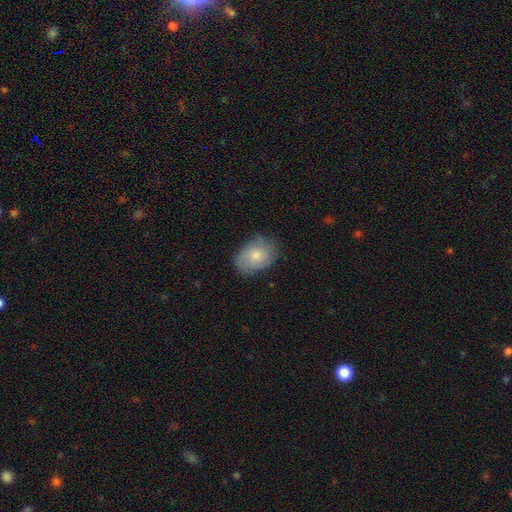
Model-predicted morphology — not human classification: smooth_or_featured: smooth (p=0.70) [alt: featured or disk p=0.24]
how_rounded: in between (p=0.78) [alt: round p=0.20]
merging: none (p=0.68) [alt: minor disturbance p=0.24]